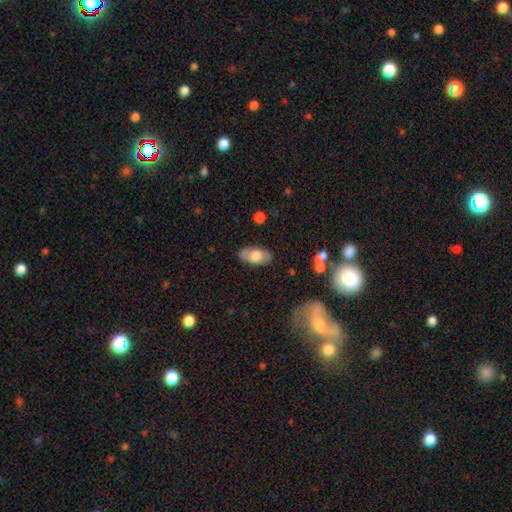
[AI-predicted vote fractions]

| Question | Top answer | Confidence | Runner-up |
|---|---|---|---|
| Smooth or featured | smooth | 65% | featured or disk (29%) |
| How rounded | in between | 92% | round (4%) |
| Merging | none | 82% | minor disturbance (13%) |